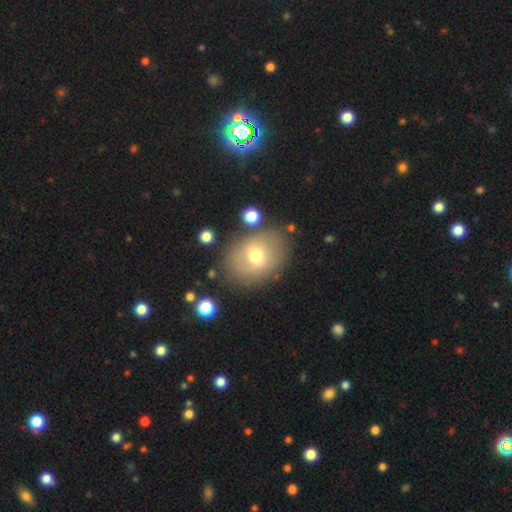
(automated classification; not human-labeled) This is possibly a smooth galaxy (57%). How rounded: likely in between (60%). Merging: likely none (75%).